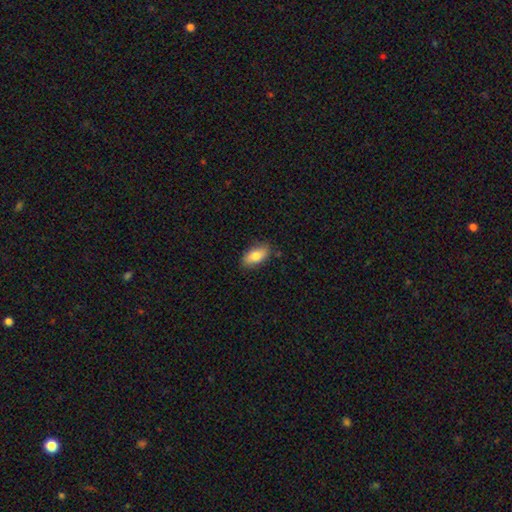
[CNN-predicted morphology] smooth_or_featured: smooth (p=0.80) [alt: featured or disk p=0.13]
how_rounded: in between (p=0.89) [alt: cigar-shaped p=0.07]
merging: none (p=0.84) [alt: minor disturbance p=0.12]